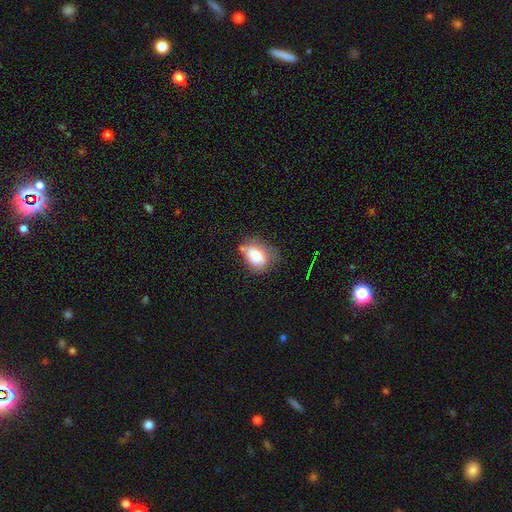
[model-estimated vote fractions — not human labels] smooth 75%, featured or disk 15%, star or artifact 10%. Down the decision tree: how rounded — in between (75%); merging — none (39%).